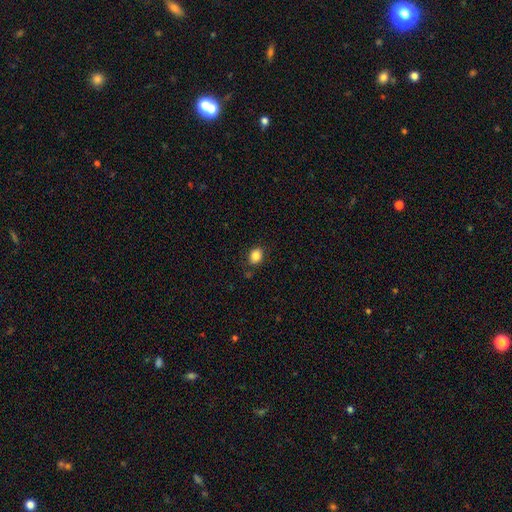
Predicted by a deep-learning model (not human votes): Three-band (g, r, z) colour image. It shows a smooth galaxy with no disk features (85%) that is round (51%). Merging: none (83%).